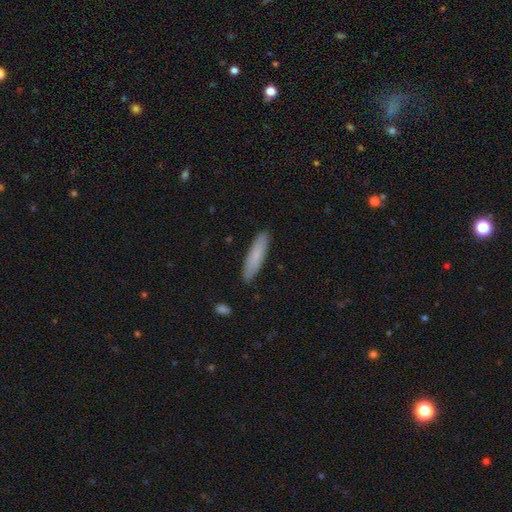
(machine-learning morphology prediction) Smooth or featured? smooth (80%)
How rounded? cigar-shaped (78%)
Merging? none (89%)